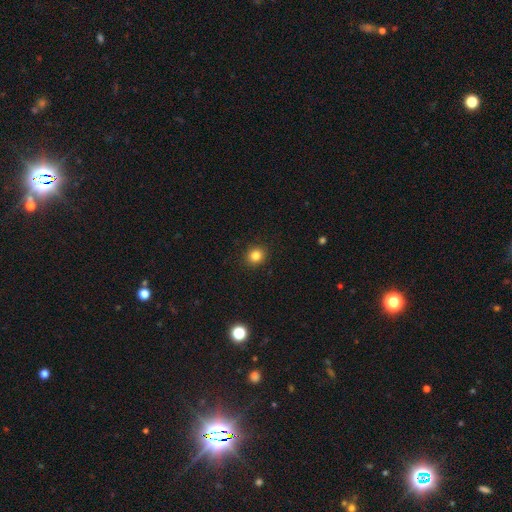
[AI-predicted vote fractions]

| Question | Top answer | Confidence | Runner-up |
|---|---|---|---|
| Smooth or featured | smooth | 83% | star or artifact (12%) |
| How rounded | round | 85% | in between (14%) |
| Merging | none | 92% | minor disturbance (5%) |